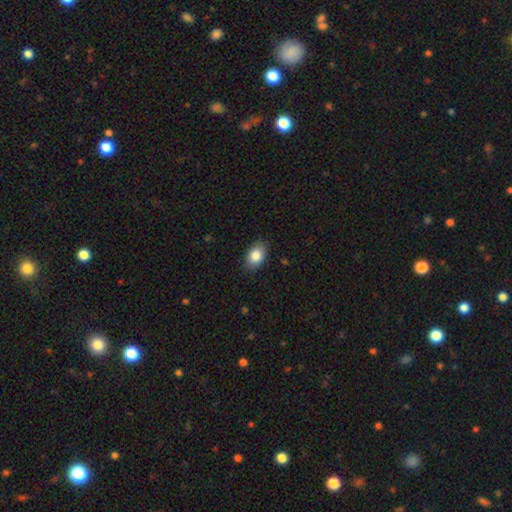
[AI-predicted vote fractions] Morphology: type=smooth (85%); roundness=in between (82%); merging=none (86%).